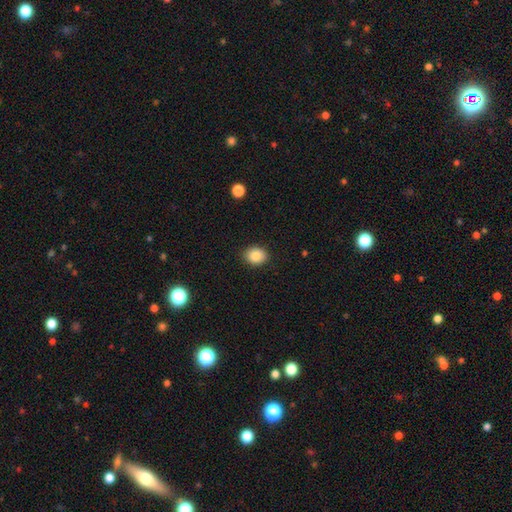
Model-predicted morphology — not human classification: Smooth or featured: smooth — 86% (star or artifact — 9%)
How rounded: round — 50% (in between — 49%)
Merging: none — 89% (minor disturbance — 8%)